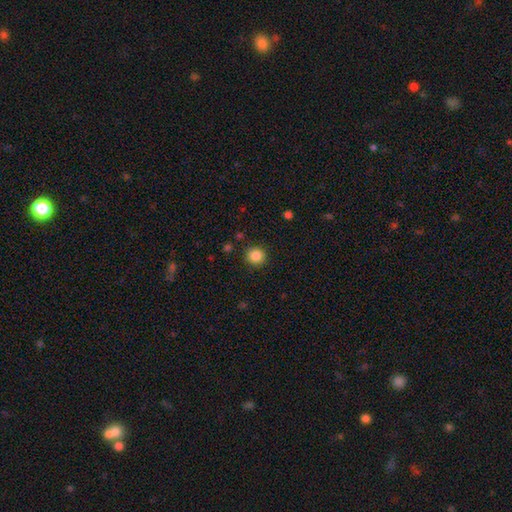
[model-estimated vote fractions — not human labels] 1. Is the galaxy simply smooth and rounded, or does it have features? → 86% smooth, 10% star or artifact, 4% featured or disk.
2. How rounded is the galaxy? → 93% round, 6% in between, 1% cigar-shaped.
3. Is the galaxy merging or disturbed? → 91% none, 6% minor disturbance, 2% major disturbance, 1% merger.